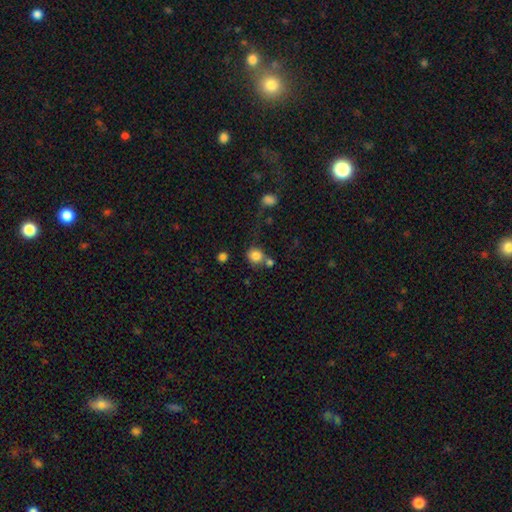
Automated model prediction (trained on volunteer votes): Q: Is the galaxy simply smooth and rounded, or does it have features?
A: smooth — 83%.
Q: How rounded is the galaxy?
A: round — 81%.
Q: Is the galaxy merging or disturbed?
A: none — 60%.